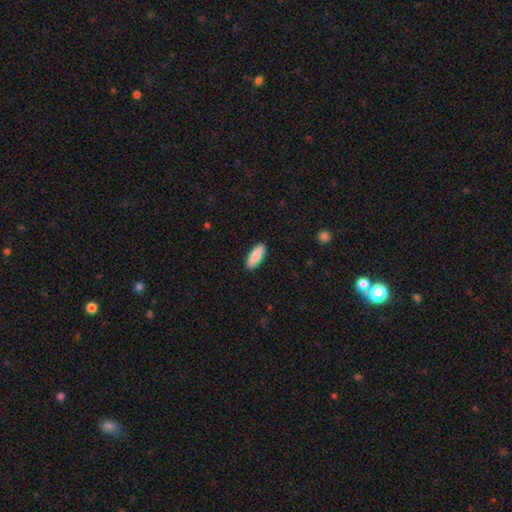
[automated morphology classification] This is clearly a smooth galaxy (89%). How rounded: possibly in between (60%). Merging: clearly none (91%).